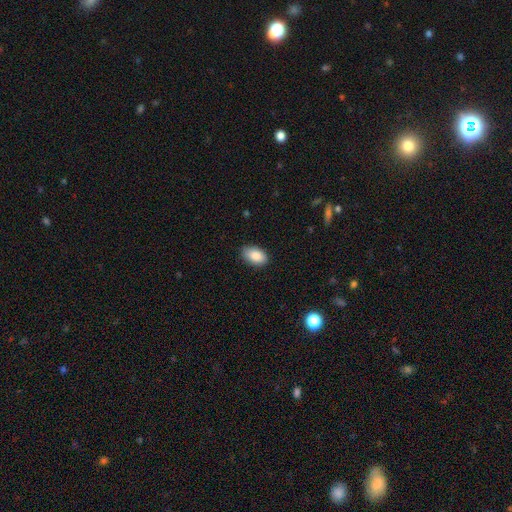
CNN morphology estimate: Q: Smooth or featured?
A: smooth (88%); runner-up: star or artifact (7%)
Q: How rounded?
A: in between (92%); runner-up: round (6%)
Q: Merging?
A: none (84%); runner-up: minor disturbance (13%)